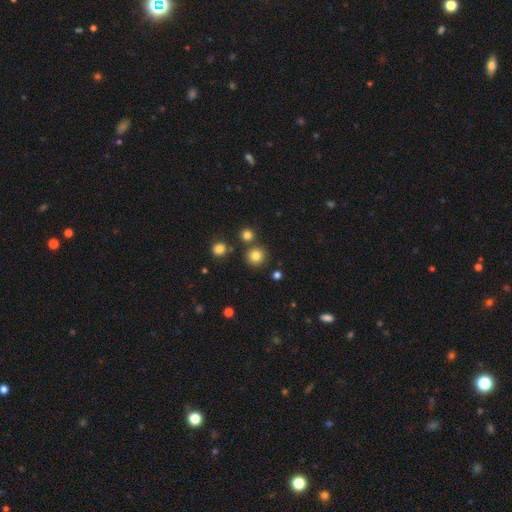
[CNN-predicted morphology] Smooth or featured? smooth (80%)
How rounded? round (94%)
Merging? none (82%)